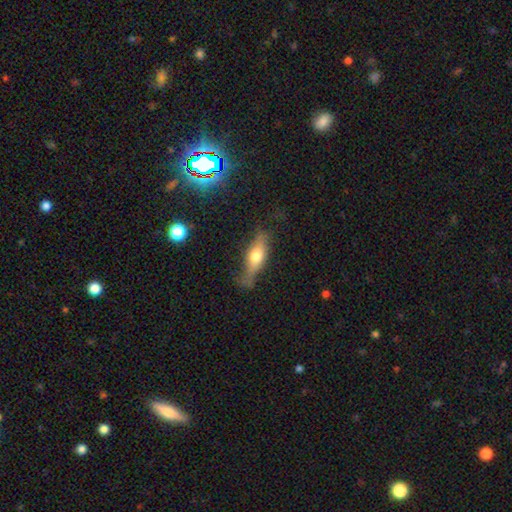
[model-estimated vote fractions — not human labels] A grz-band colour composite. It shows a smooth galaxy with no disk features (50%). Merging: none (58%).